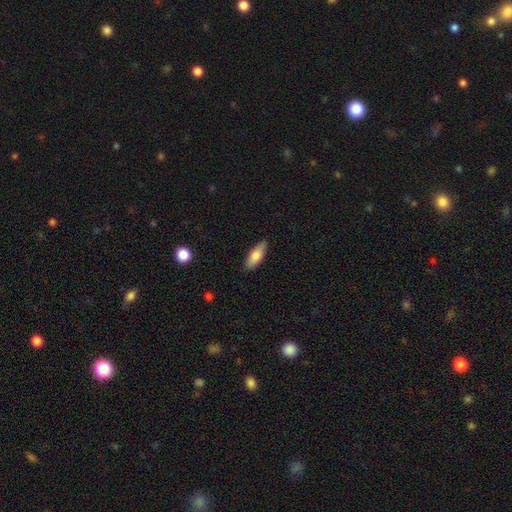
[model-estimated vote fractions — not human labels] smooth-or-featured: smooth: 76% | featured or disk: 18% | star or artifact: 6%
  how-rounded: in between: 73% | cigar-shaped: 25% | round: 2%
  merging: none: 85% | minor disturbance: 12% | major disturbance: 2% | merger: 1%